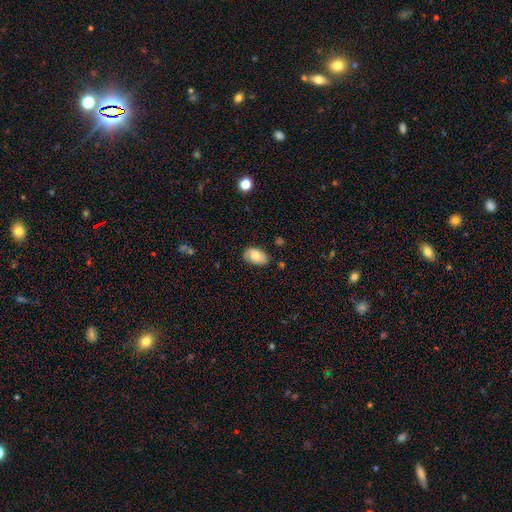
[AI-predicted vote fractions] Morphology: type=smooth (71%); roundness=in between (92%); merging=none (78%).